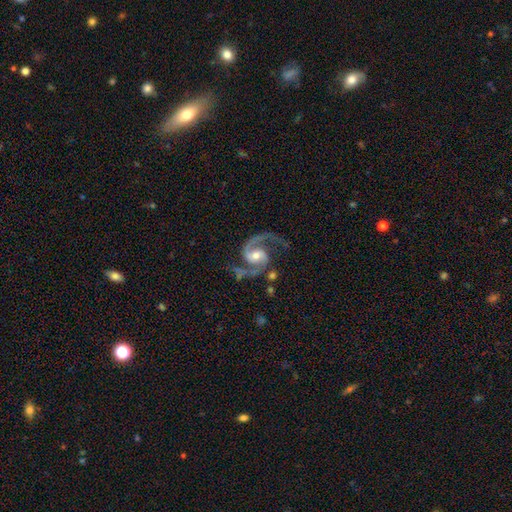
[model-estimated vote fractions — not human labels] The model was most divided on "bar": no: 46%, weak: 40%, strong: 14%. More confident: spiral arms — yes (98%); edge-on disk — no (98%); smooth or featured — featured or disk (93%); spiral arm count — 2 (93%); merging — none (70%); spiral winding — medium (62%); bulge size — moderate (59%).